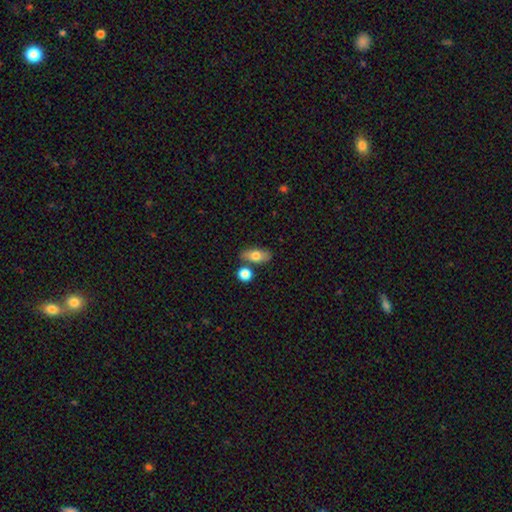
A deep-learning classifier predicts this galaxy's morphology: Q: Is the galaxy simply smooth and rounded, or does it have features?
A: smooth — 72%.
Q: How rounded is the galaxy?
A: in between — 80%.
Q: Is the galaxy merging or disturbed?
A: none — 71%.